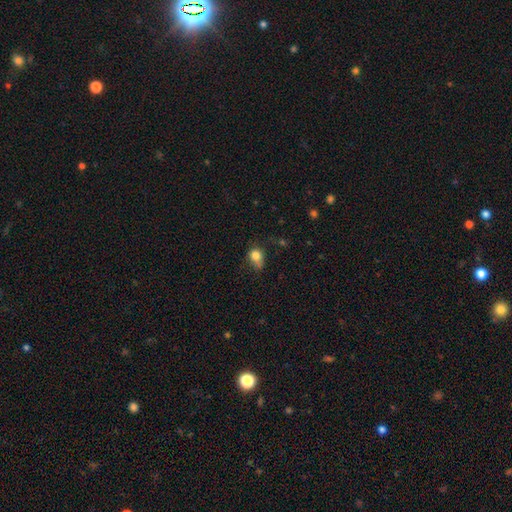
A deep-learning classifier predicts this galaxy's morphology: Smooth or featured: smooth — 79% (star or artifact — 11%)
How rounded: in between — 54% (round — 44%)
Merging: minor disturbance — 38% (none — 35%)